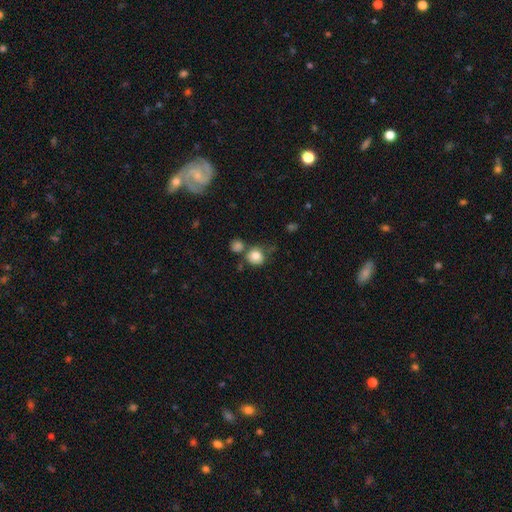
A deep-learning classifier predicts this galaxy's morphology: A smooth galaxy with no disk features (81%) that is round (82%). Merging: none (56%).